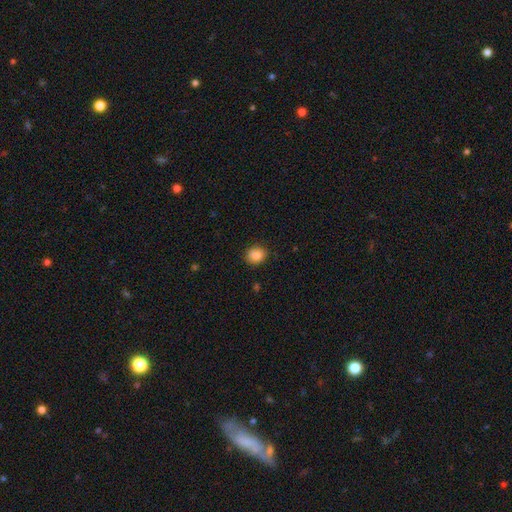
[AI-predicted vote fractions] Smooth or featured: smooth — 87% (star or artifact — 9%)
How rounded: round — 72% (in between — 27%)
Merging: none — 87% (minor disturbance — 9%)